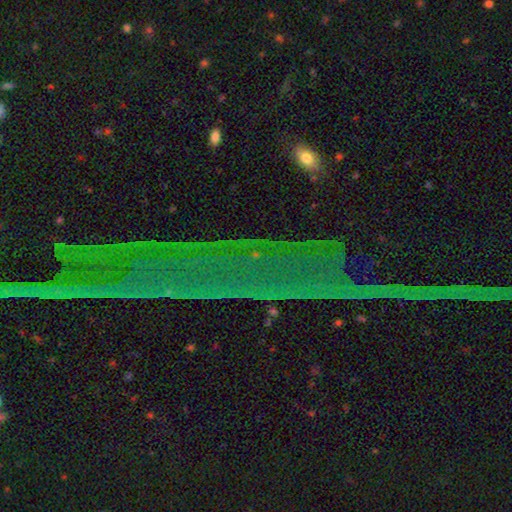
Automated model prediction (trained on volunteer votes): smooth_or_featured: star or artifact (p=0.79) [alt: featured or disk p=0.11]